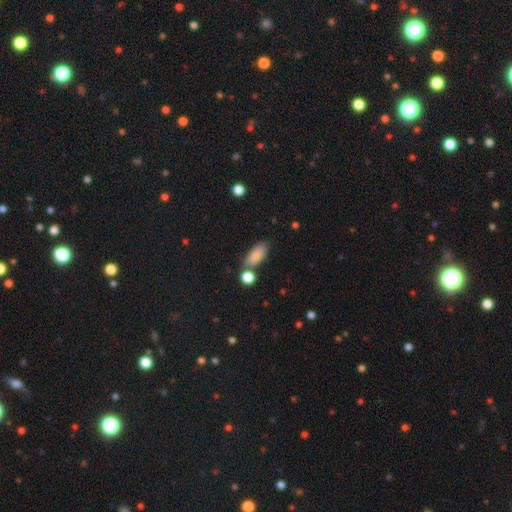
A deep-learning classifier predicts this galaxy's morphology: A smooth galaxy with no disk features (85%) that is in between round and cigar-shaped (83%).

Vote fractions:
- Smooth or featured? smooth: 85% / star or artifact: 8% / featured or disk: 8%
- How rounded? in between: 83% / cigar-shaped: 12% / round: 4%
- Merging? none: 60% / minor disturbance: 18% / merger: 16% / major disturbance: 6%